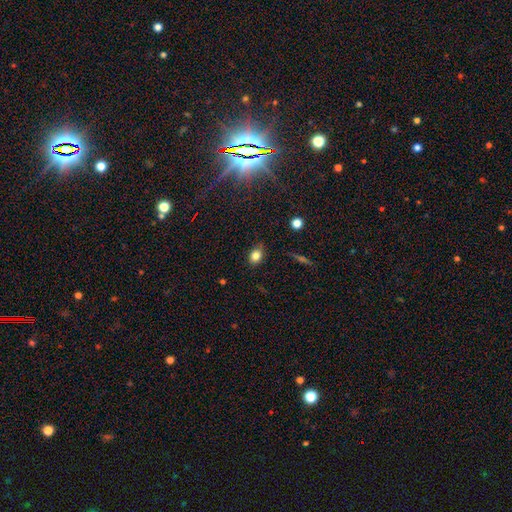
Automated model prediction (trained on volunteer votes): smooth_or_featured: smooth (p=0.80) [alt: star or artifact p=0.11]
how_rounded: in between (p=0.61) [alt: round p=0.38]
merging: none (p=0.71) [alt: minor disturbance p=0.22]